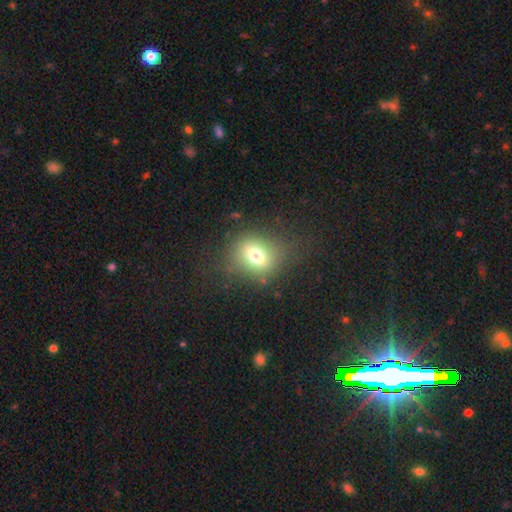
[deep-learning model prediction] Smooth or featured?
  - smooth: 67% *
  - featured or disk: 19%
  - star or artifact: 14%
How rounded?
  - in between: 57% *
  - round: 40%
  - cigar-shaped: 3%
Merging?
  - none: 74% *
  - minor disturbance: 15%
  - major disturbance: 9%
  - merger: 2%